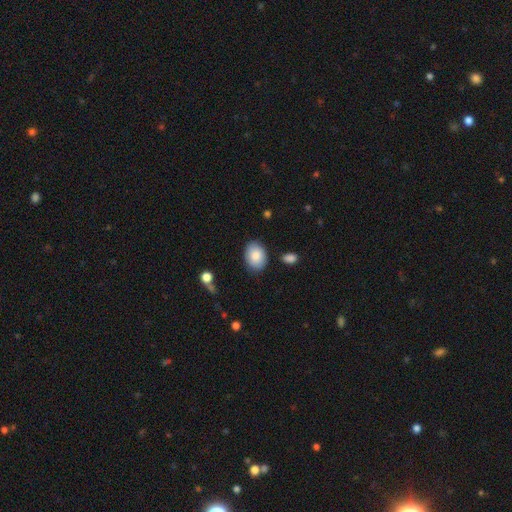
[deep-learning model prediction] Smooth or featured?
  - smooth: 86% *
  - featured or disk: 8%
  - star or artifact: 6%
How rounded?
  - in between: 75% *
  - round: 24%
  - cigar-shaped: 1%
Merging?
  - none: 83% *
  - minor disturbance: 12%
  - major disturbance: 3%
  - merger: 2%